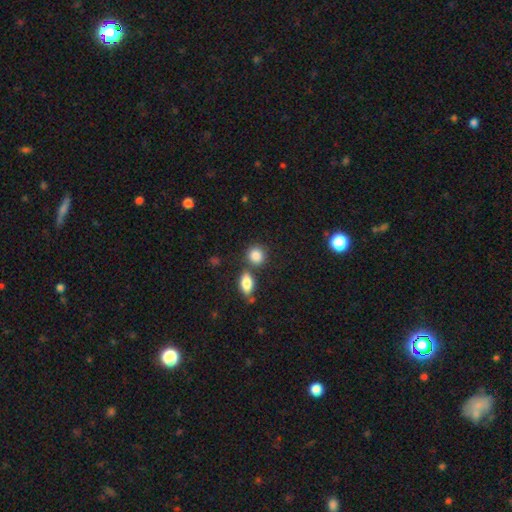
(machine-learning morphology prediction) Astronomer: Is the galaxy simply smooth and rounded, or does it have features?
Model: smooth — 86%.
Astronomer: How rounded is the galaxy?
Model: round — 75%.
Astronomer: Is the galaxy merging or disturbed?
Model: none — 66%.